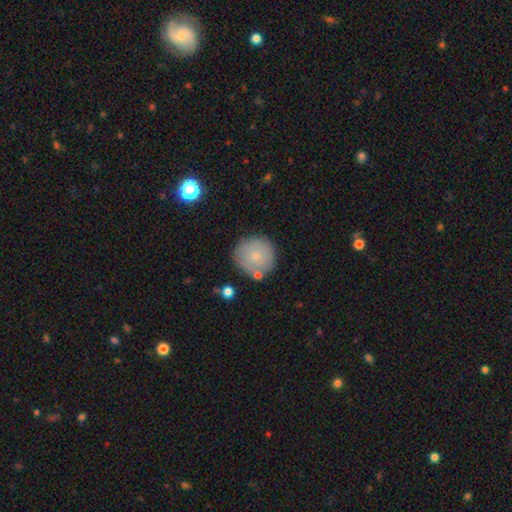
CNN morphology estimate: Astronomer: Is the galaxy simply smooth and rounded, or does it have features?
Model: smooth — 67%.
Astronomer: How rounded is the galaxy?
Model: round — 93%.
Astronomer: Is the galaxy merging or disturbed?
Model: none — 75%.